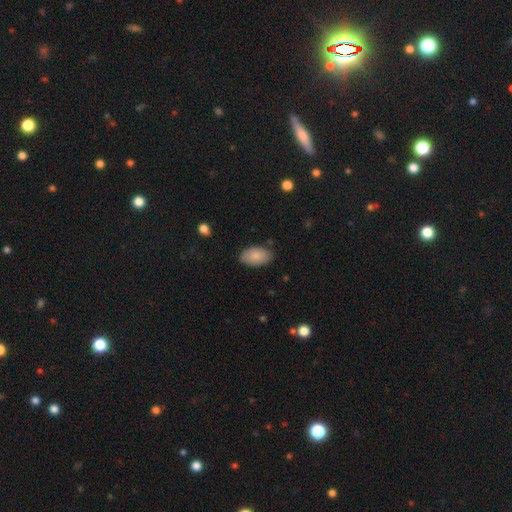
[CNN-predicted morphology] A smooth galaxy with no disk features (86%) that is in between round and cigar-shaped (94%). Merging: none (83%).